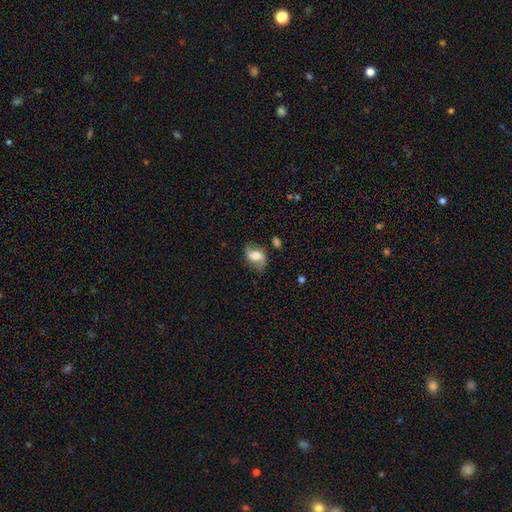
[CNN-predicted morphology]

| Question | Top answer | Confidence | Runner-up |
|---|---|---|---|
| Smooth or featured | featured or disk | 70% | smooth (22%) |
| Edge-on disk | no | 96% | yes (4%) |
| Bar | no | 43% | weak (40%) |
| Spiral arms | yes | 92% | no (8%) |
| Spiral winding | loose | 64% | medium (28%) |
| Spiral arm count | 2 | 90% | 1 (3%) |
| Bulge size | moderate | 53% | large (27%) |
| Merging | none | 73% | minor disturbance (18%) |